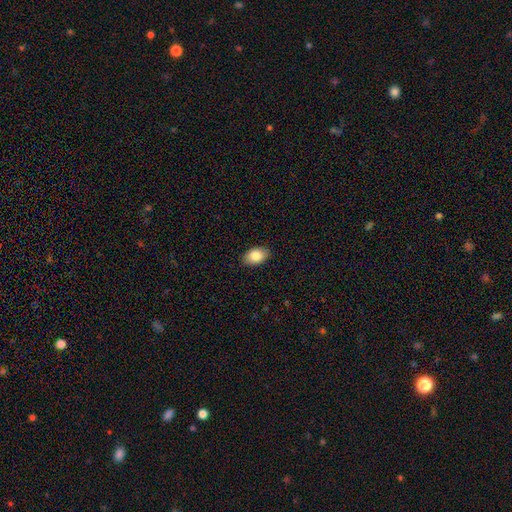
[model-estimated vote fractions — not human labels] smooth_or_featured: smooth (p=0.84) [alt: featured or disk p=0.08]
how_rounded: in between (p=0.87) [alt: round p=0.11]
merging: none (p=0.88) [alt: minor disturbance p=0.09]